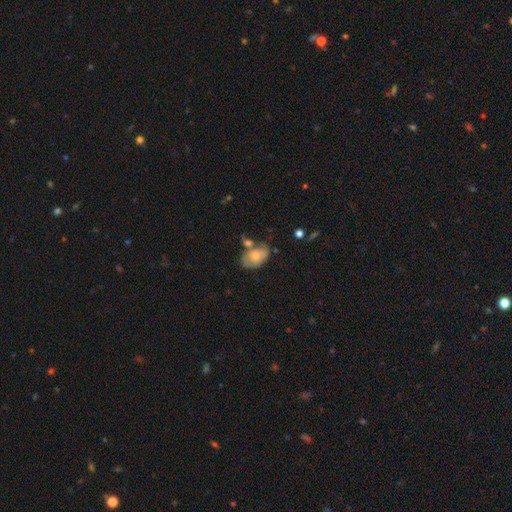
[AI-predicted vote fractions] smooth_or_featured: smooth (p=0.68) [alt: featured or disk p=0.25]
how_rounded: in between (p=0.88) [alt: round p=0.11]
merging: none (p=0.45) [alt: minor disturbance p=0.24]